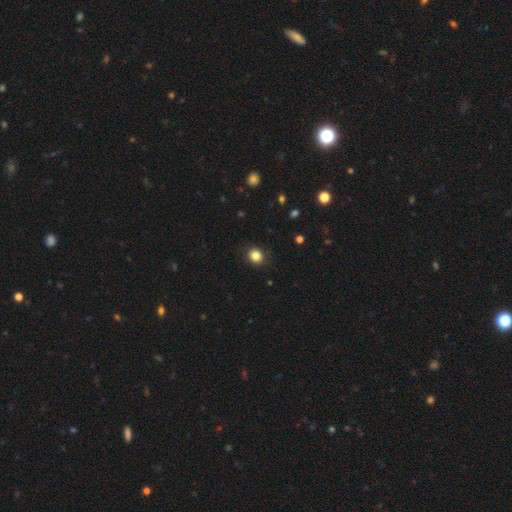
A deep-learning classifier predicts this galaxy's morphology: Smooth or featured? Predicted: smooth (p=0.84). How rounded? Predicted: round (p=0.78). Merging? Predicted: none (p=0.88).